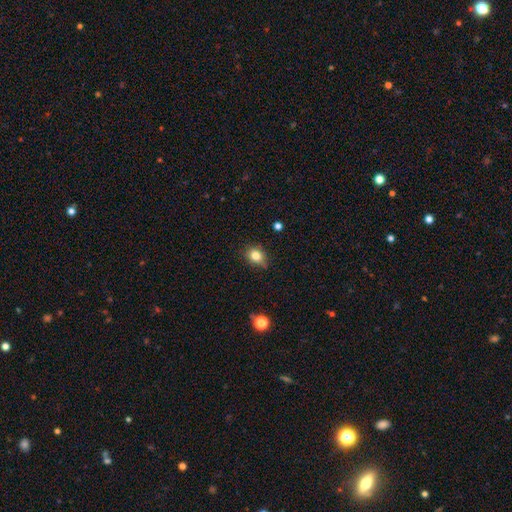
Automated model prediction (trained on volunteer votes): smooth-or-featured: smooth: 81% | star or artifact: 11% | featured or disk: 8%
  how-rounded: round: 57% | in between: 42% | cigar-shaped: 1%
  merging: none: 72% | minor disturbance: 23% | major disturbance: 4% | merger: 2%